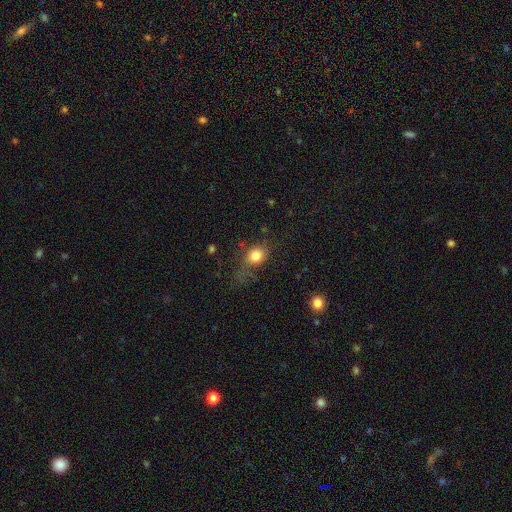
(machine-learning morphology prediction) Smooth or featured? smooth (81%)
How rounded? round (51%)
Merging? none (54%)